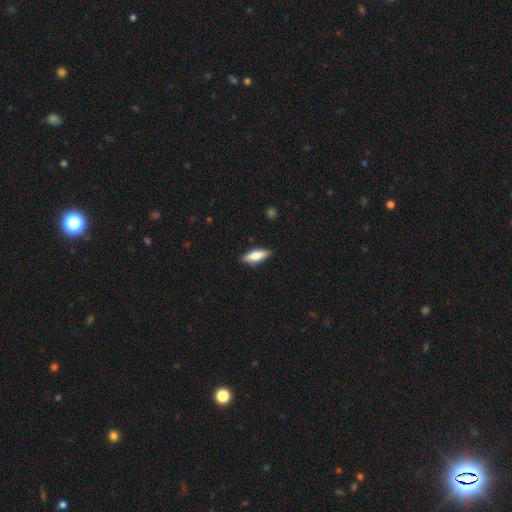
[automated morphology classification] Smooth or featured?
  - smooth: 70% *
  - featured or disk: 24%
  - star or artifact: 6%
How rounded?
  - in between: 59% *
  - cigar-shaped: 39%
  - round: 2%
Merging?
  - none: 86% *
  - minor disturbance: 10%
  - major disturbance: 2%
  - merger: 1%